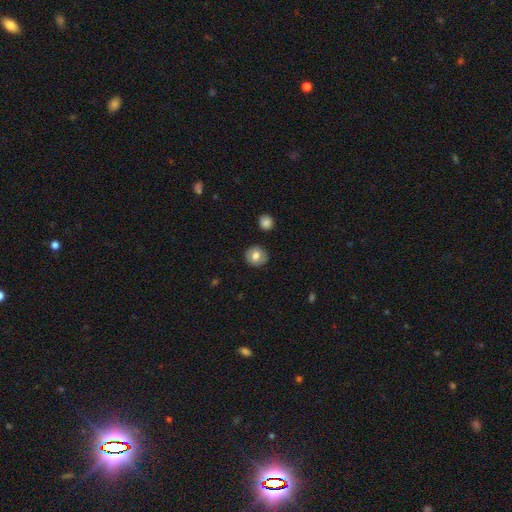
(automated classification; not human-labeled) The model was most divided on "smooth or featured": smooth: 74%, featured or disk: 17%, star or artifact: 8%. More confident: merging — none (88%); how rounded — round (88%).